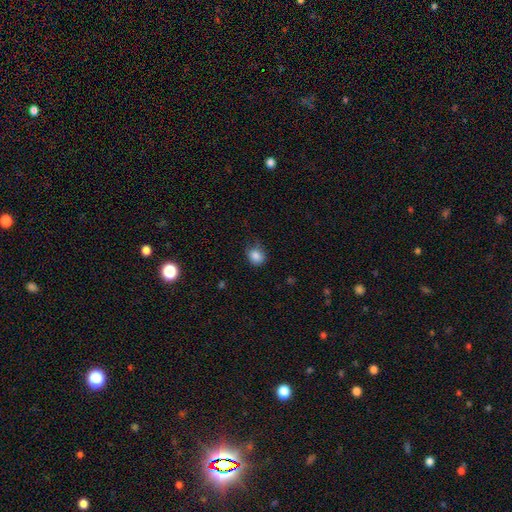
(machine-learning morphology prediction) Smooth or featured: smooth — 85% (star or artifact — 10%)
How rounded: round — 71% (in between — 29%)
Merging: none — 64% (minor disturbance — 27%)